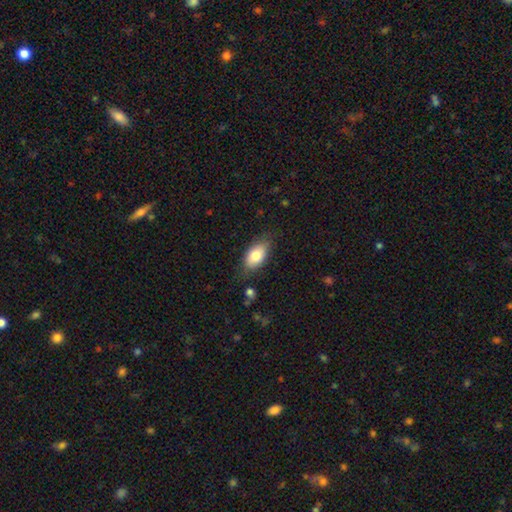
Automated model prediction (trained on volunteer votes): smooth-or-featured: smooth: 79% | featured or disk: 14% | star or artifact: 7%
  how-rounded: in between: 90% | round: 5% | cigar-shaped: 4%
  merging: none: 75% | minor disturbance: 19% | major disturbance: 4% | merger: 2%